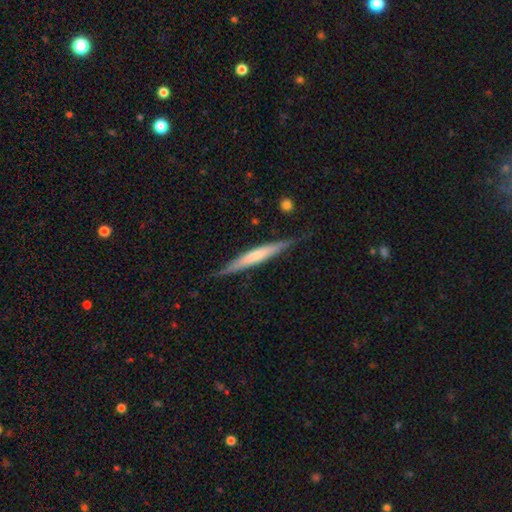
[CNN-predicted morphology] A featured or disk galaxy (48%).

Vote fractions:
- Smooth or featured? featured or disk: 48% / smooth: 47% / star or artifact: 5%
- Merging? none: 80% / minor disturbance: 16% / major disturbance: 3% / merger: 2%